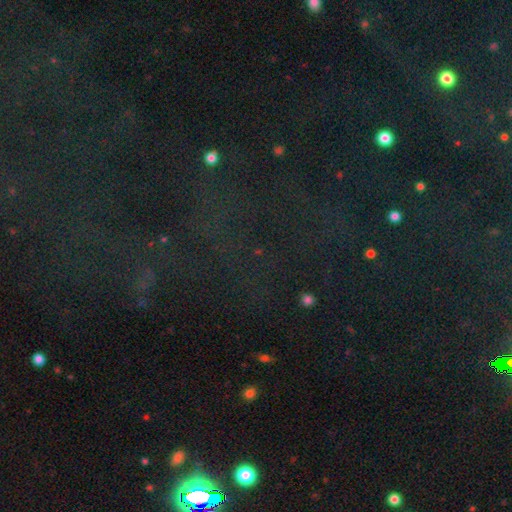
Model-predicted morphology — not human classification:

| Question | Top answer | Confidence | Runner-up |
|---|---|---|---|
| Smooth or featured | star or artifact | 73% | smooth (16%) |